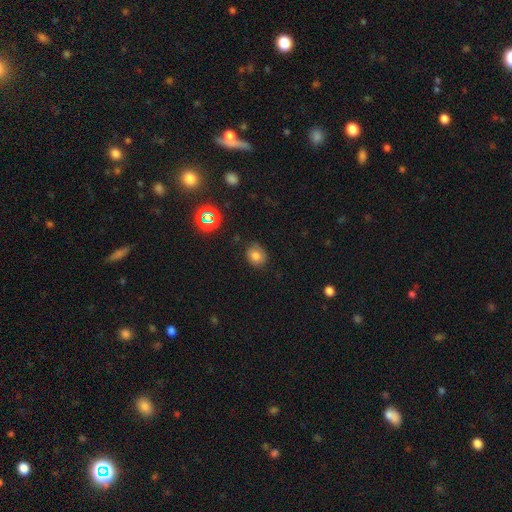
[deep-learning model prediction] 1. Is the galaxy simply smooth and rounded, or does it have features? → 75% smooth, 15% star or artifact, 10% featured or disk.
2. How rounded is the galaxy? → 66% round, 33% in between, 1% cigar-shaped.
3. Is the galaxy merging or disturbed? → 79% none, 16% minor disturbance, 3% major disturbance, 2% merger.